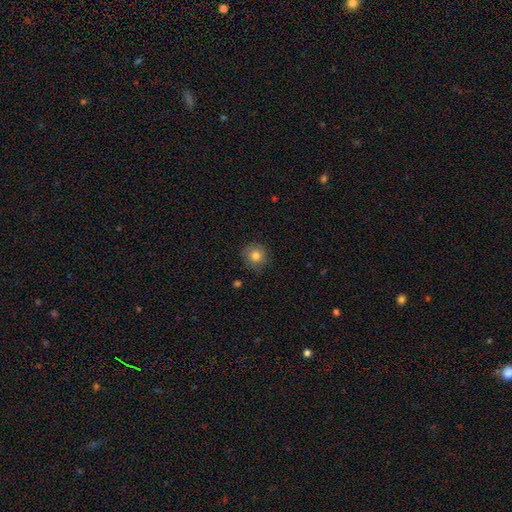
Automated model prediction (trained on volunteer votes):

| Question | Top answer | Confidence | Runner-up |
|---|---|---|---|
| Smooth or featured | smooth | 82% | star or artifact (11%) |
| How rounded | round | 92% | in between (7%) |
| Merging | none | 86% | minor disturbance (10%) |